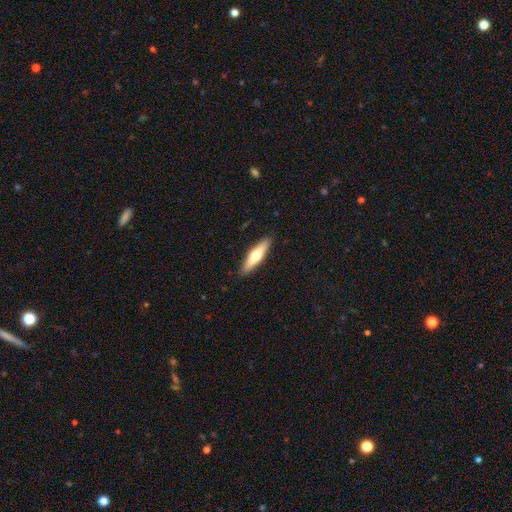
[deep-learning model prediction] The model was most divided on "smooth or featured": smooth: 53%, featured or disk: 42%, star or artifact: 5%. More confident: merging — none (90%); how rounded — cigar-shaped (69%).